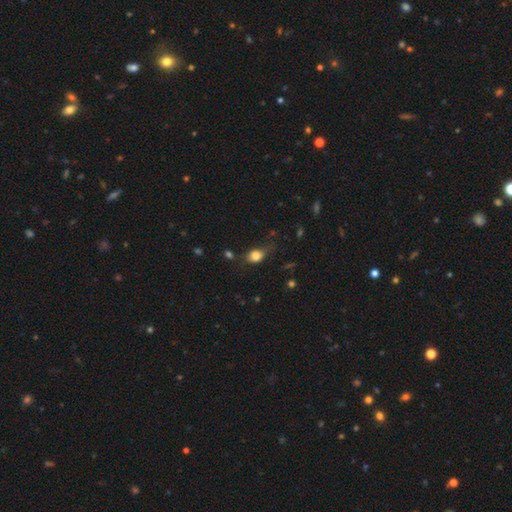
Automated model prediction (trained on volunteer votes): Morphology: type=smooth (79%); roundness=in between (64%); merging=none (58%).